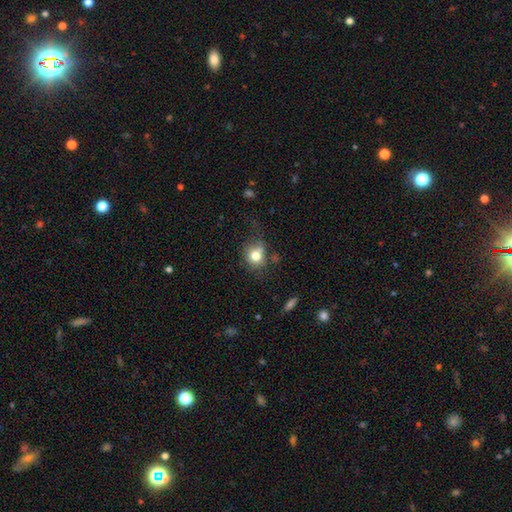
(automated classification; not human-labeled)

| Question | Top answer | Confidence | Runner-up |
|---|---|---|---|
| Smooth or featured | smooth | 76% | featured or disk (13%) |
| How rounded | round | 72% | in between (27%) |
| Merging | none | 55% | minor disturbance (24%) |